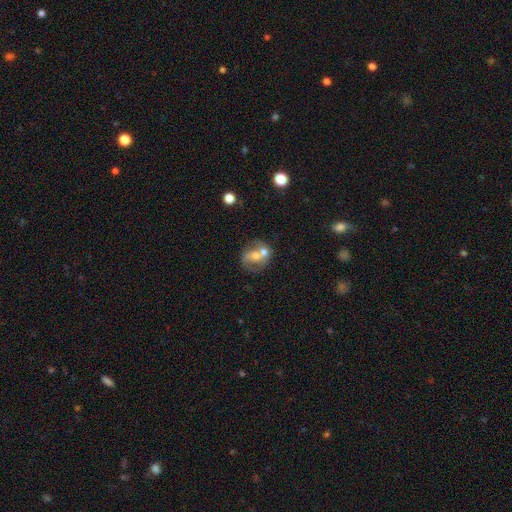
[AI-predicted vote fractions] A featured or disk galaxy (51%). Merging: merger (48%).